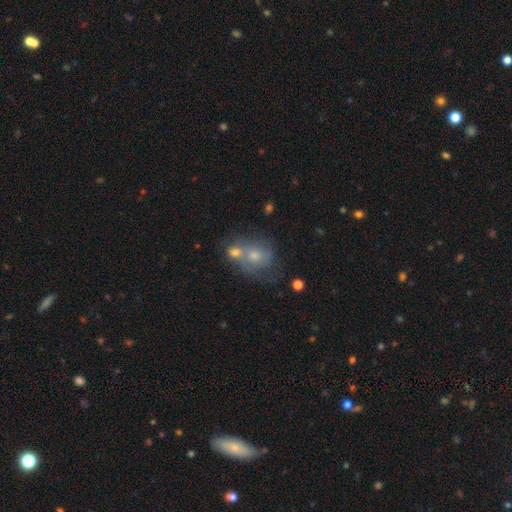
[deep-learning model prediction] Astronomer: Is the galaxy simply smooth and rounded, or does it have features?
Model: smooth — 56% (runner-up: featured or disk, 34%).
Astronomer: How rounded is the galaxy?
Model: round — 58% (runner-up: in between, 41%).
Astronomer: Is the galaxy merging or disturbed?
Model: merger — 48% (runner-up: none, 25%).